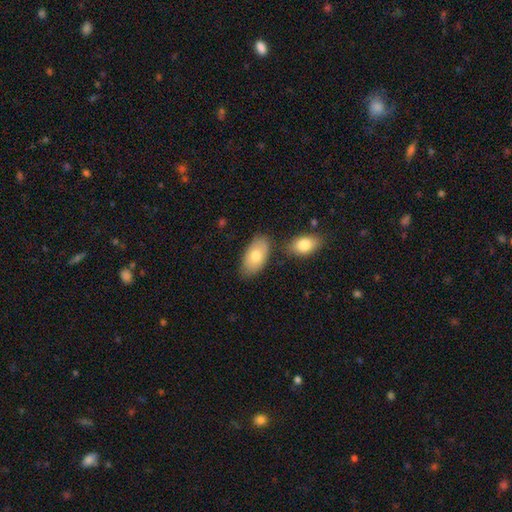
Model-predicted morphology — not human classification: smooth_or_featured: smooth (p=0.74) [alt: featured or disk p=0.20]
how_rounded: in between (p=0.94) [alt: round p=0.04]
merging: none (p=0.71) [alt: minor disturbance p=0.14]